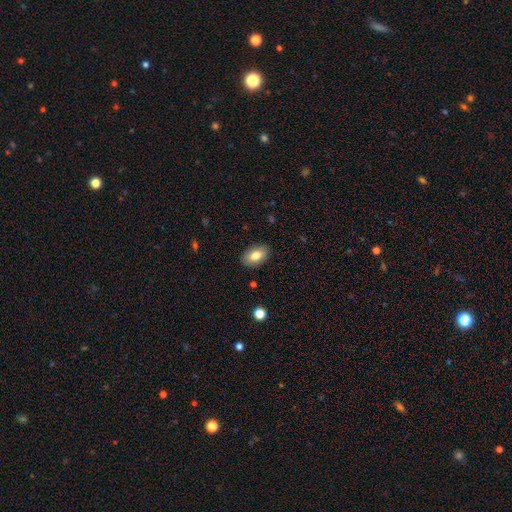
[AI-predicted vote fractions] The model was most divided on "smooth or featured": smooth: 79%, featured or disk: 14%, star or artifact: 7%. More confident: how rounded — in between (92%); merging — none (88%).